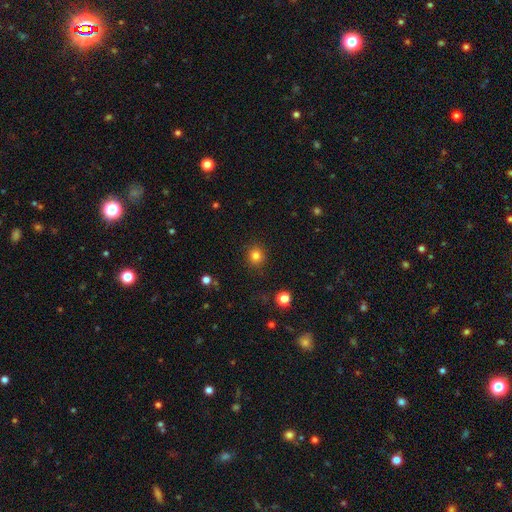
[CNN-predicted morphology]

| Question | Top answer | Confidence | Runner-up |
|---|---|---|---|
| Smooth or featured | smooth | 82% | star or artifact (13%) |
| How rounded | round | 90% | in between (9%) |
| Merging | none | 90% | minor disturbance (7%) |